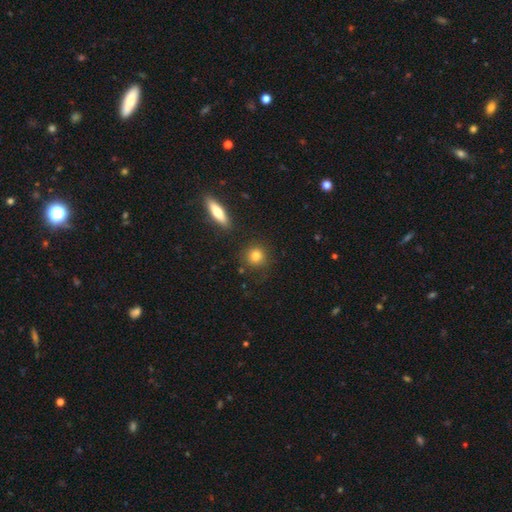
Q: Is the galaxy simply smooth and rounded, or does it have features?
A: smooth — 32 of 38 (84%).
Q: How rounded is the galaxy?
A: round — 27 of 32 (84%).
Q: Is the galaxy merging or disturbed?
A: none — 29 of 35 (83%).